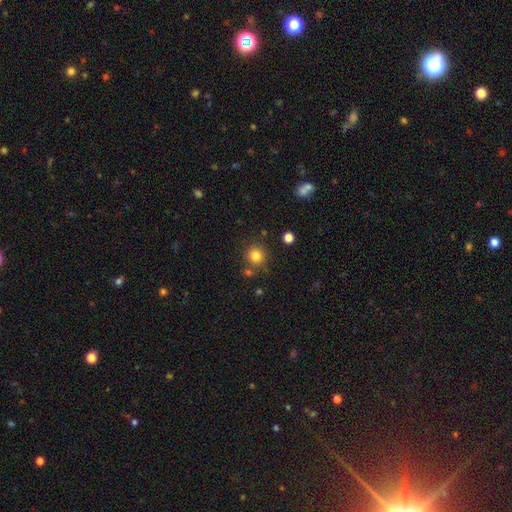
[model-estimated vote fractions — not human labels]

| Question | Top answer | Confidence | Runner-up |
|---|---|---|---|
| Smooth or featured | smooth | 82% | star or artifact (12%) |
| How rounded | round | 90% | in between (9%) |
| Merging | none | 81% | minor disturbance (9%) |